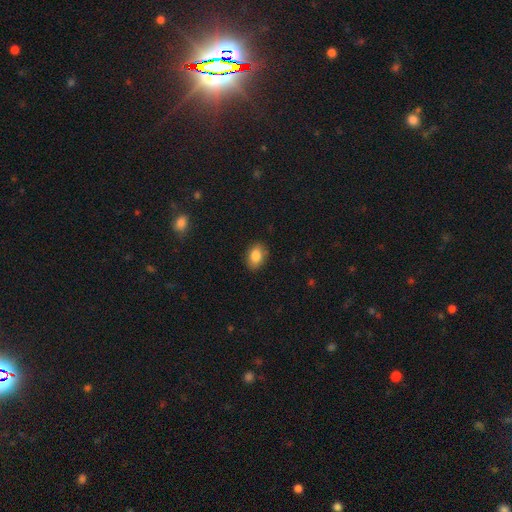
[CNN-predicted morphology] type=smooth (84%); roundness=in between (80%); merging=none (86%).